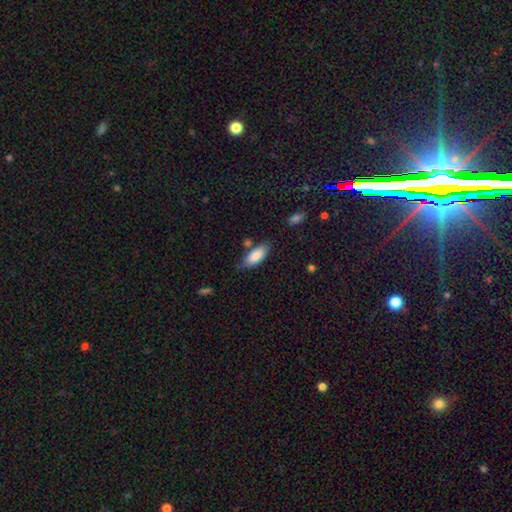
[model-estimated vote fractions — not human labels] Smooth or featured? Predicted: smooth (p=0.85). How rounded? Predicted: in between (p=0.83). Merging? Predicted: none (p=0.68).